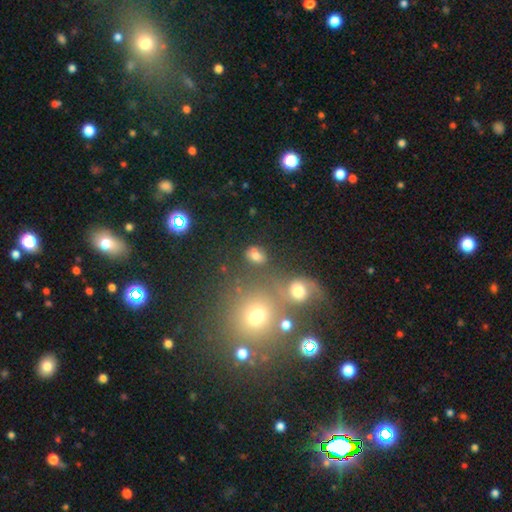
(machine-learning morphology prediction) A smooth galaxy with no disk features (71%) that is in between round and cigar-shaped (59%). Merging: none (65%).